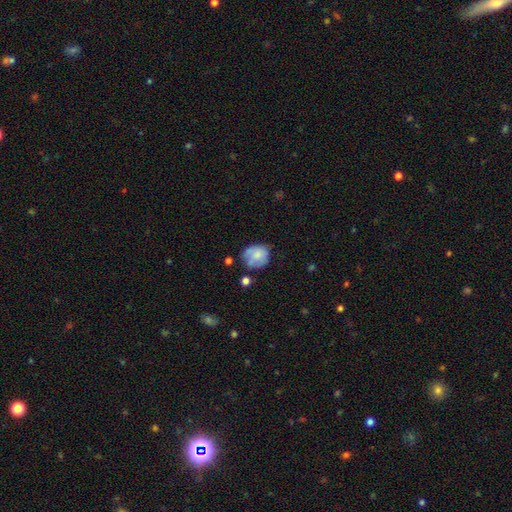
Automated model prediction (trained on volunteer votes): A smooth galaxy with no disk features (63%) that is round (62%).

Vote fractions:
- Smooth or featured? smooth: 63% / featured or disk: 28% / star or artifact: 9%
- How rounded? round: 62% / in between: 37% / cigar-shaped: 1%
- Merging? none: 46% / minor disturbance: 31% / major disturbance: 15% / merger: 8%